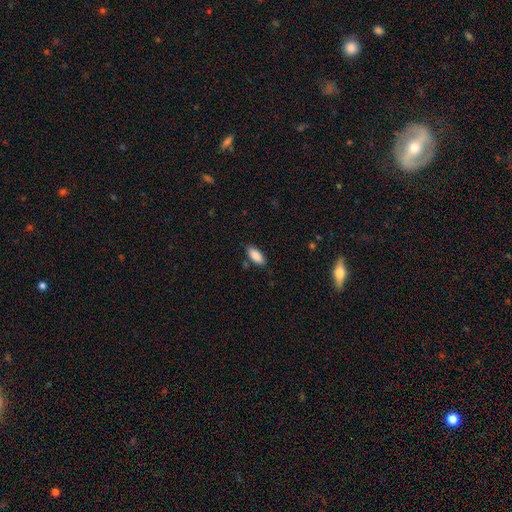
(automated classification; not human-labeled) This appears to be a smooth galaxy with no disk features (88%) that is in between round and cigar-shaped (87%). Merging: none (83%).